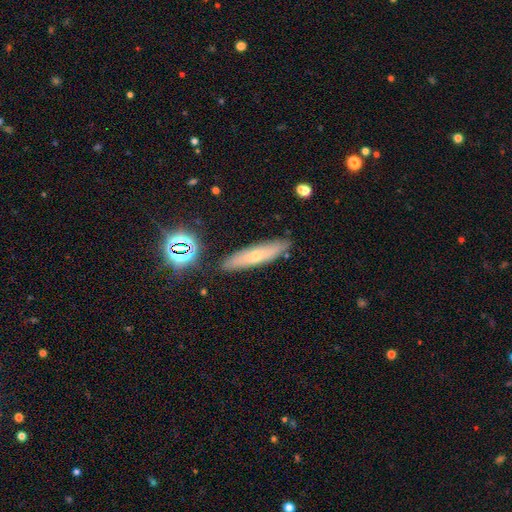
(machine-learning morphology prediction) A smooth galaxy with no disk features (52%) that is cigar-shaped (79%). Merging: none (85%).